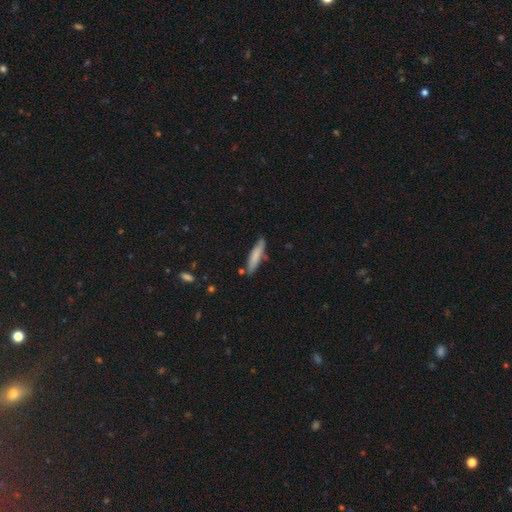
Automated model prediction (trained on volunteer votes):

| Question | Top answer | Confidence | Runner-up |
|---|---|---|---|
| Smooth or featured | smooth | 78% | featured or disk (16%) |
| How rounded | cigar-shaped | 81% | in between (18%) |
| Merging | none | 76% | minor disturbance (17%) |